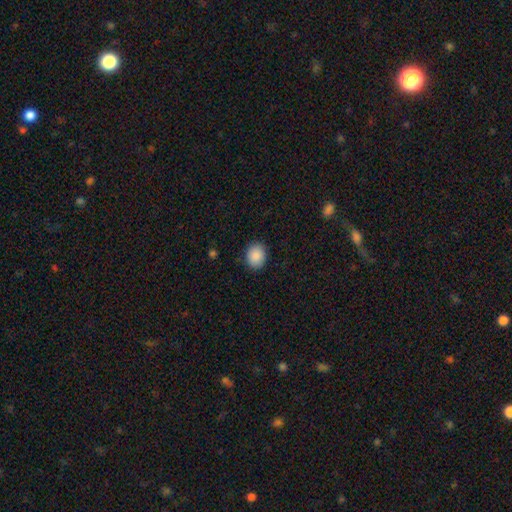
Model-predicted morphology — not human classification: smooth_or_featured: smooth (p=0.89) [alt: star or artifact p=0.07]
how_rounded: round (p=0.53) [alt: in between p=0.46]
merging: none (p=0.87) [alt: minor disturbance p=0.09]